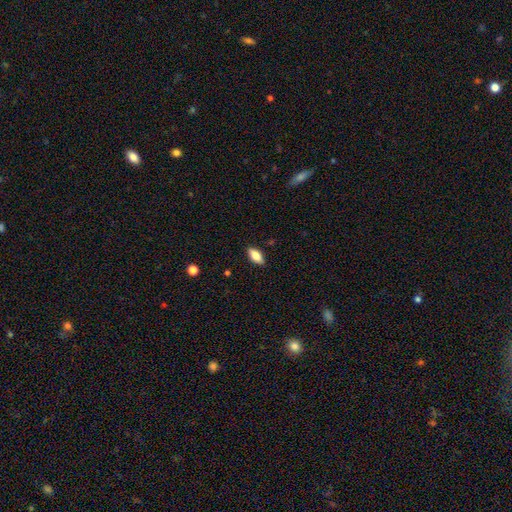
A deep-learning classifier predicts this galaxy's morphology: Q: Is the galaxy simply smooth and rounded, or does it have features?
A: smooth — 79%.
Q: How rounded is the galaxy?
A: in between — 87%.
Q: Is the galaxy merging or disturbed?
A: none — 88%.